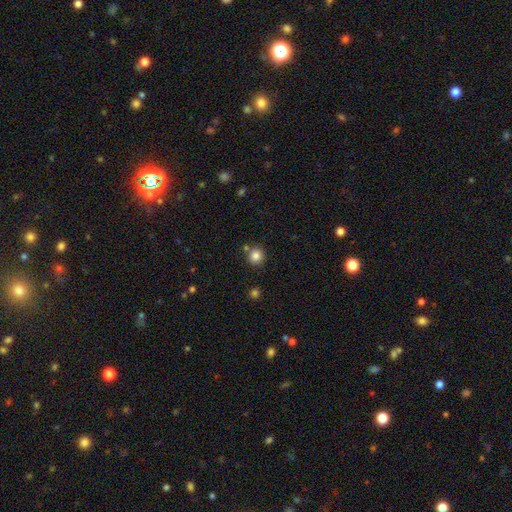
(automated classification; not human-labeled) A smooth galaxy with no disk features (84%) that is round (92%). Merging: none (82%).